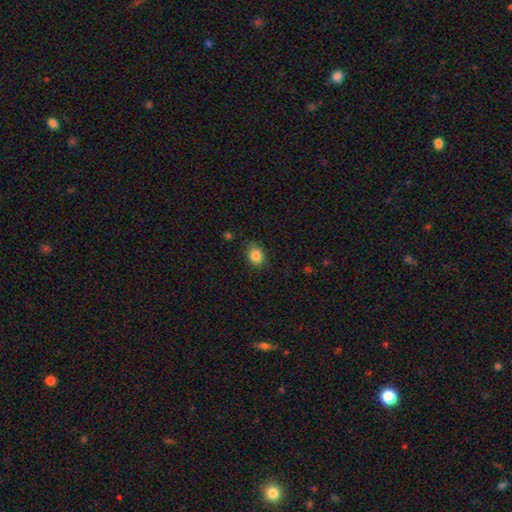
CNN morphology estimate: A smooth galaxy with no disk features (85%) that is round (51%). Merging: none (81%).